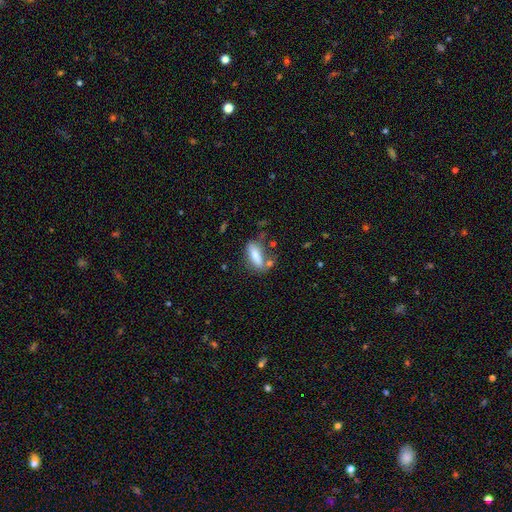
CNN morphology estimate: Q: Smooth or featured?
A: smooth (75%); runner-up: featured or disk (17%)
Q: How rounded?
A: in between (63%); runner-up: cigar-shaped (35%)
Q: Merging?
A: none (55%); runner-up: minor disturbance (21%)